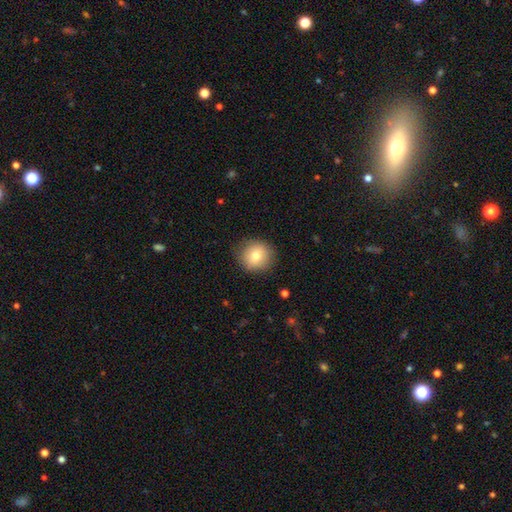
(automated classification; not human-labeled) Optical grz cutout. It shows a smooth galaxy with no disk features (78%) that is round (90%). Merging: none (87%).